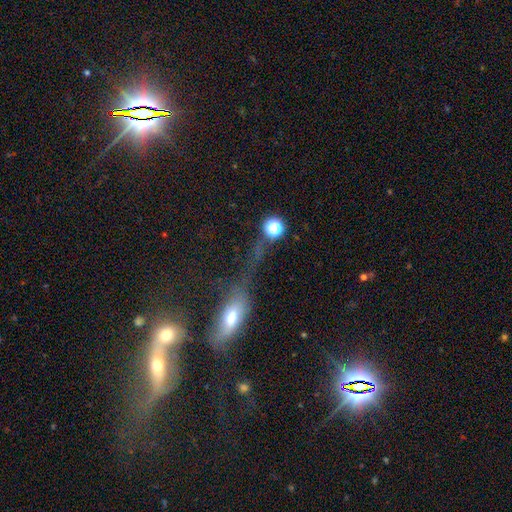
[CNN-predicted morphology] Q: Smooth or featured?
A: featured or disk (38%); runner-up: star or artifact (37%)
Q: Merging?
A: none (41%); runner-up: merger (33%)